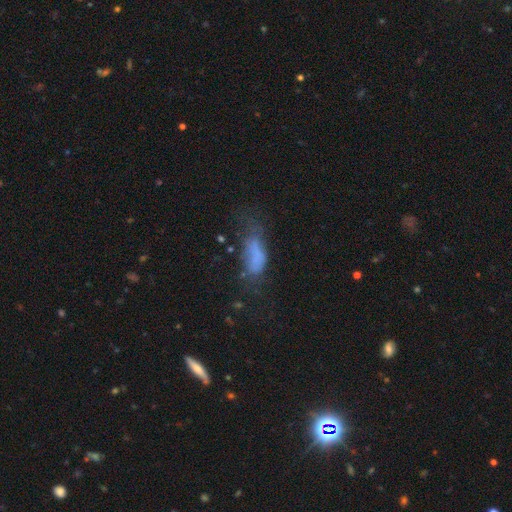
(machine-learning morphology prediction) Q: Smooth or featured?
A: smooth (59%); runner-up: featured or disk (25%)
Q: How rounded?
A: in between (77%); runner-up: cigar-shaped (19%)
Q: Merging?
A: major disturbance (41%); runner-up: none (27%)